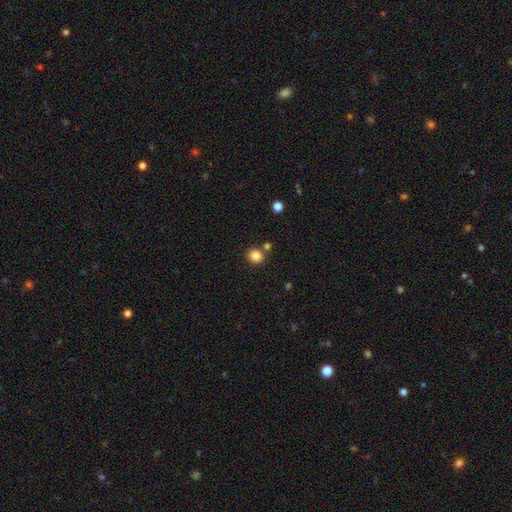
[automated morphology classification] smooth_or_featured: smooth (p=0.85) [alt: star or artifact p=0.11]
how_rounded: round (p=0.84) [alt: in between p=0.15]
merging: none (p=0.77) [alt: merger p=0.11]